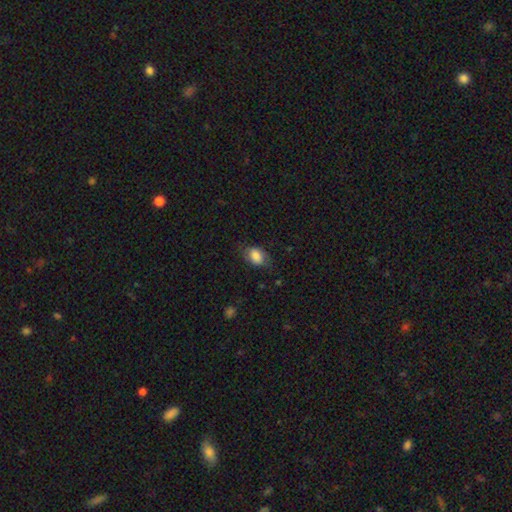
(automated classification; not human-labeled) The model was most divided on "merging": none: 68%, minor disturbance: 23%, major disturbance: 7%, merger: 1%. More confident: how rounded — in between (84%); smooth or featured — smooth (82%).